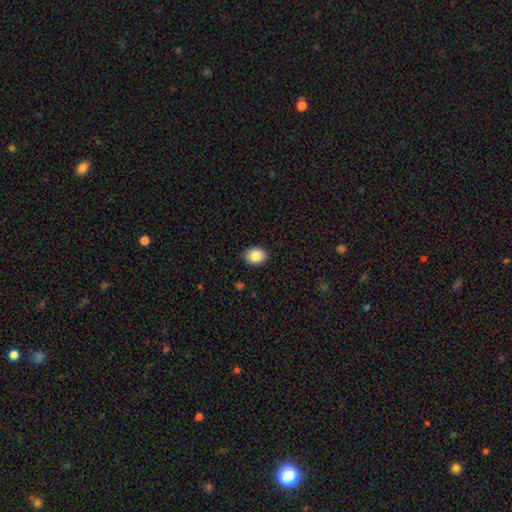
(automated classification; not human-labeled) This appears to be a smooth galaxy with no disk features (86%) that is round (50%, tied with in between). Merging: none (91%).